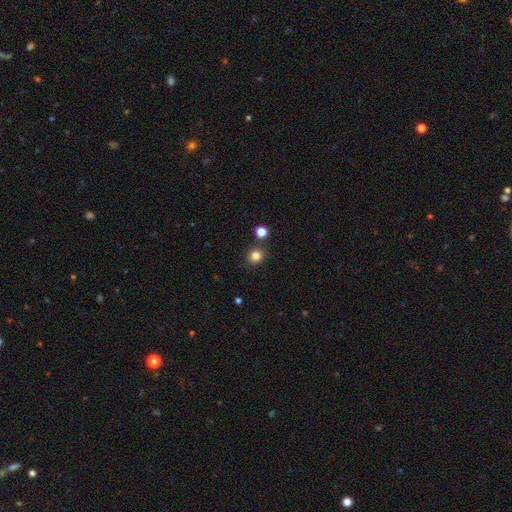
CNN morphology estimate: A smooth galaxy with no disk features (82%) that is round (86%).

Vote fractions:
- Smooth or featured? smooth: 82% / star or artifact: 13% / featured or disk: 4%
- How rounded? round: 86% / in between: 13% / cigar-shaped: 1%
- Merging? none: 83% / minor disturbance: 8% / merger: 6% / major disturbance: 3%